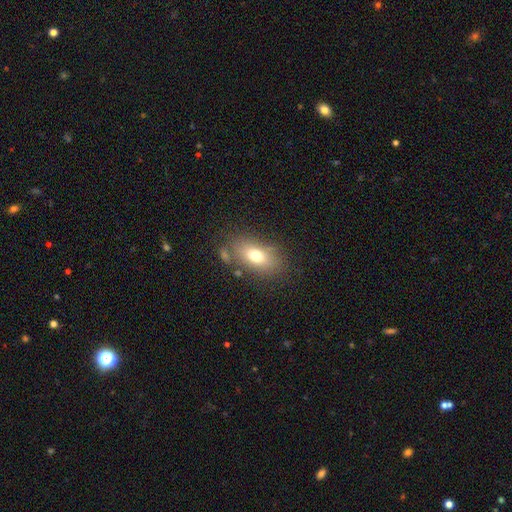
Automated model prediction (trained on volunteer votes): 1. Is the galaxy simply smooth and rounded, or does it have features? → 72% smooth, 18% featured or disk, 10% star or artifact.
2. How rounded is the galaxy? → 85% in between, 11% round, 4% cigar-shaped.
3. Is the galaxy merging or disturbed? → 72% none, 15% minor disturbance, 6% merger, 6% major disturbance.